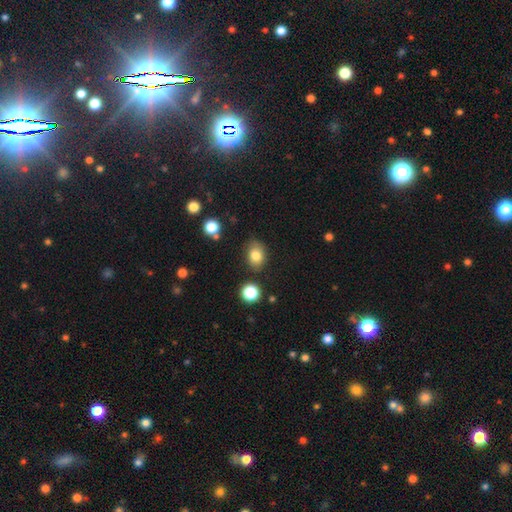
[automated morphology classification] smooth-or-featured: smooth: 82% | star or artifact: 10% | featured or disk: 8%
  how-rounded: in between: 67% | round: 32% | cigar-shaped: 1%
  merging: none: 77% | minor disturbance: 16% | merger: 4% | major disturbance: 4%